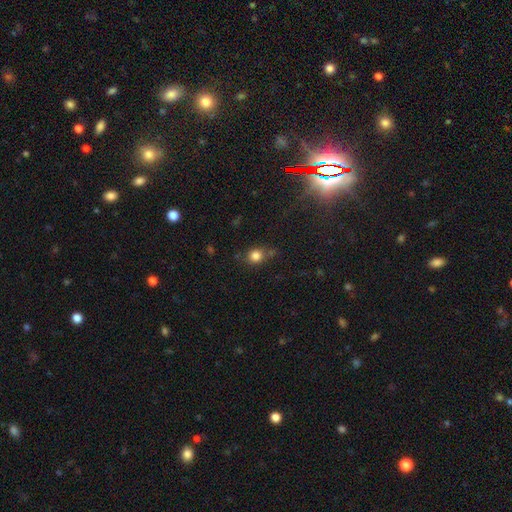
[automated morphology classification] The model was most divided on "merging": none: 69%, minor disturbance: 17%, merger: 8%, major disturbance: 6%. More confident: smooth or featured — smooth (82%); how rounded — round (79%).